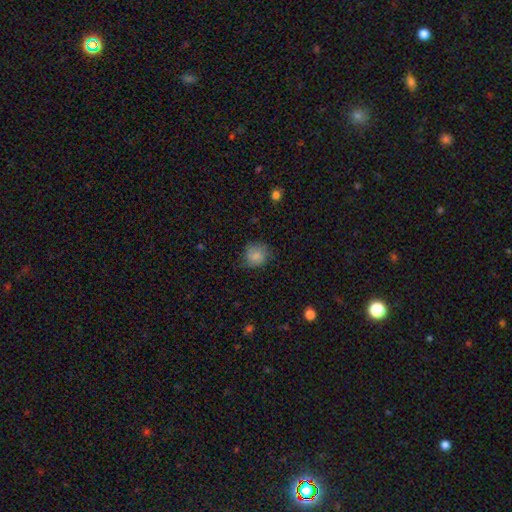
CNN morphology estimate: Q: Smooth or featured?
A: smooth (82%); runner-up: featured or disk (9%)
Q: How rounded?
A: round (78%); runner-up: in between (21%)
Q: Merging?
A: none (71%); runner-up: minor disturbance (22%)